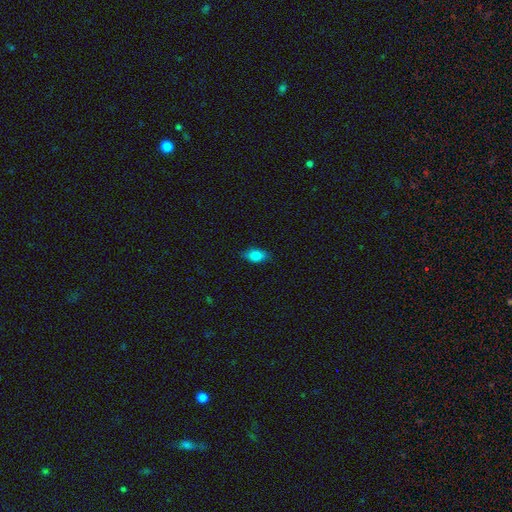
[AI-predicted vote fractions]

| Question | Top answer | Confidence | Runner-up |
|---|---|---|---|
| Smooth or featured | smooth | 83% | star or artifact (8%) |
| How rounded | in between | 88% | round (7%) |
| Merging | none | 83% | minor disturbance (13%) |